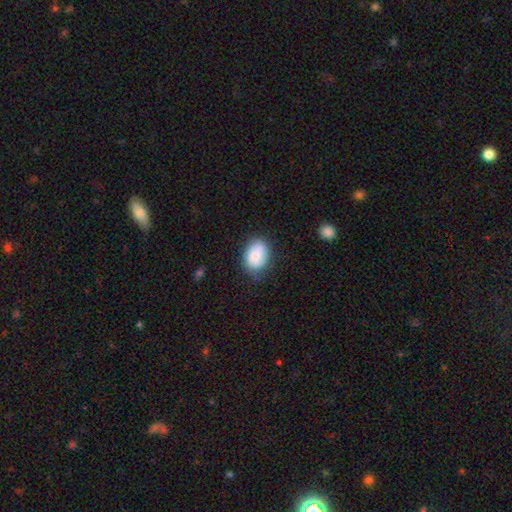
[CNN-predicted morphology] type=smooth (75%); roundness=in between (68%); merging=none (70%).